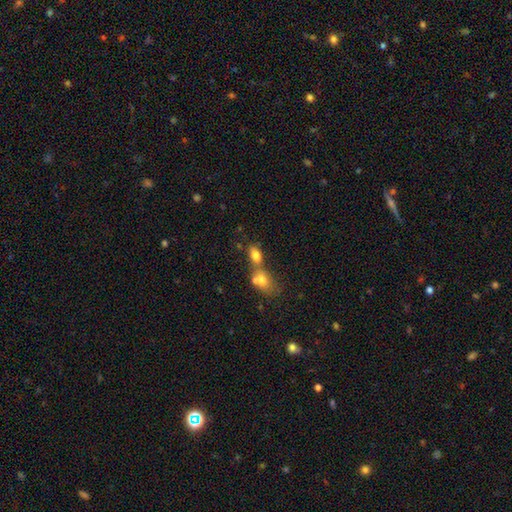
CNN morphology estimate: type=smooth (76%); roundness=in between (82%); merging=merger (53%).